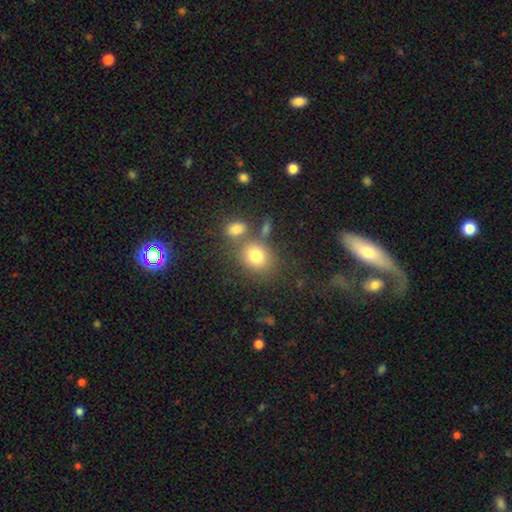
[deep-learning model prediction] Q: Smooth or featured?
A: smooth (79%); runner-up: star or artifact (11%)
Q: How rounded?
A: round (55%); runner-up: in between (43%)
Q: Merging?
A: none (57%); runner-up: merger (25%)